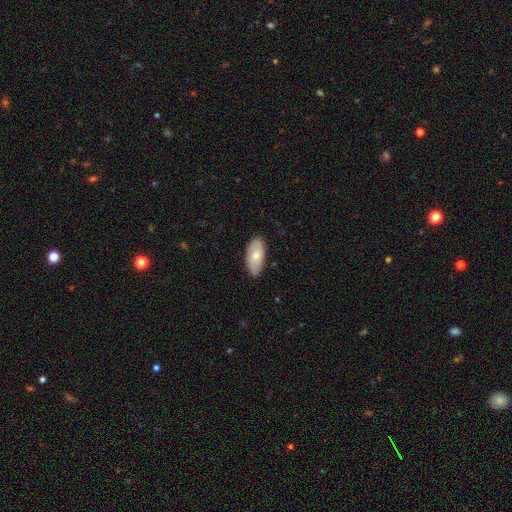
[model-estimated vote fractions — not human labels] This is likely a smooth galaxy (67%). How rounded: clearly in between (92%). Merging: likely none (79%).